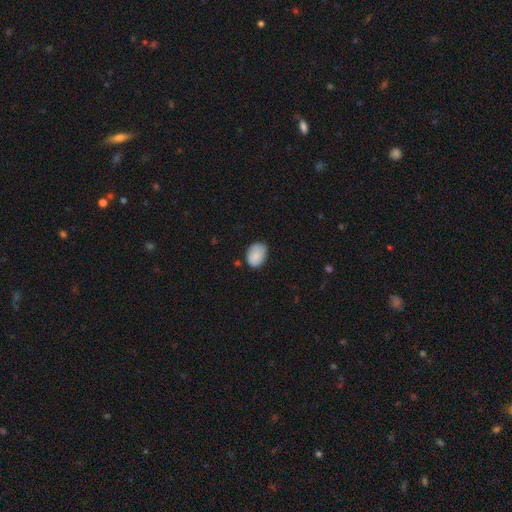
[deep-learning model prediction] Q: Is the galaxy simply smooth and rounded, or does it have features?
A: smooth — 86%.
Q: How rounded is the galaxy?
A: in between — 76%.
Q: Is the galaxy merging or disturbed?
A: none — 71%.